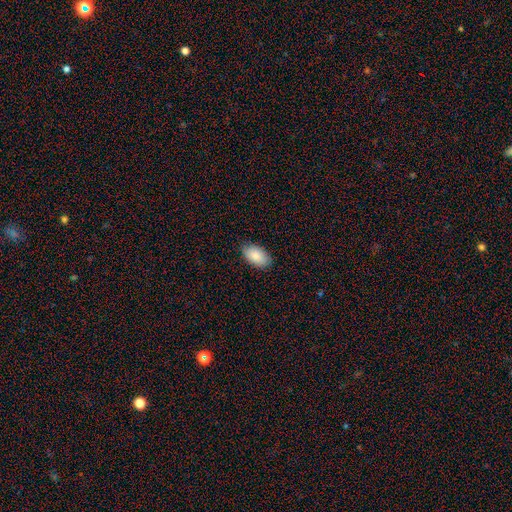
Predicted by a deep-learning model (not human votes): A smooth galaxy with no disk features (86%) that is in between round and cigar-shaped (94%).

Vote fractions:
- Smooth or featured? smooth: 86% / featured or disk: 7% / star or artifact: 6%
- How rounded? in between: 94% / round: 5% / cigar-shaped: 1%
- Merging? none: 85% / minor disturbance: 12% / major disturbance: 2% / merger: 1%